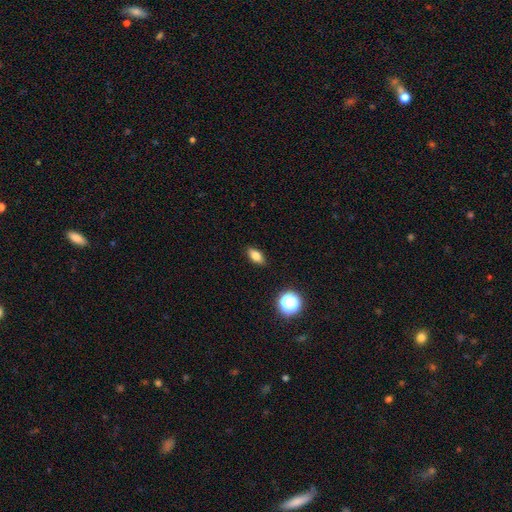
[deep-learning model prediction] Smooth or featured? smooth (77%)
How rounded? in between (81%)
Merging? none (88%)